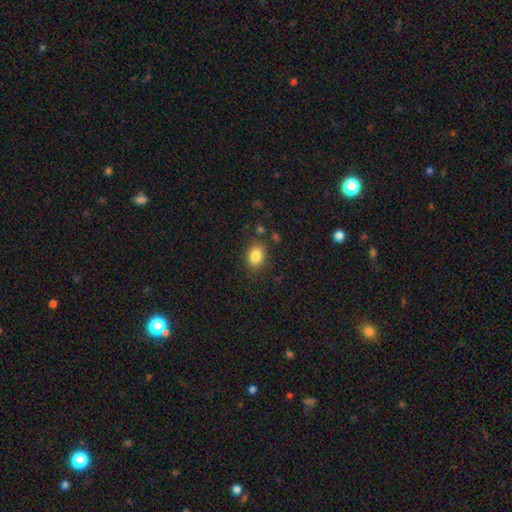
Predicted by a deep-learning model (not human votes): Smooth or featured? smooth (85%)
How rounded? in between (57%)
Merging? none (81%)